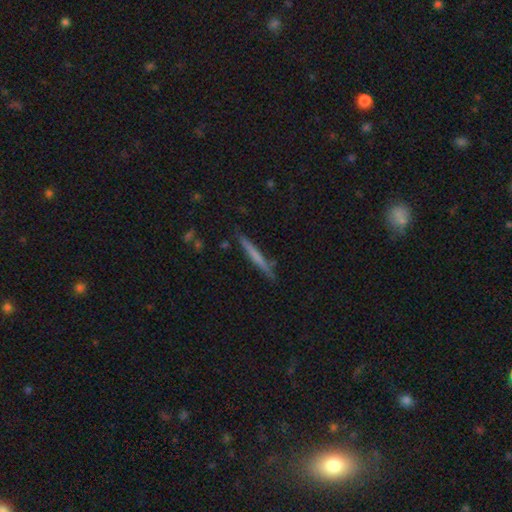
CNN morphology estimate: Smooth or featured? smooth (56%)
How rounded? cigar-shaped (96%)
Merging? none (86%)